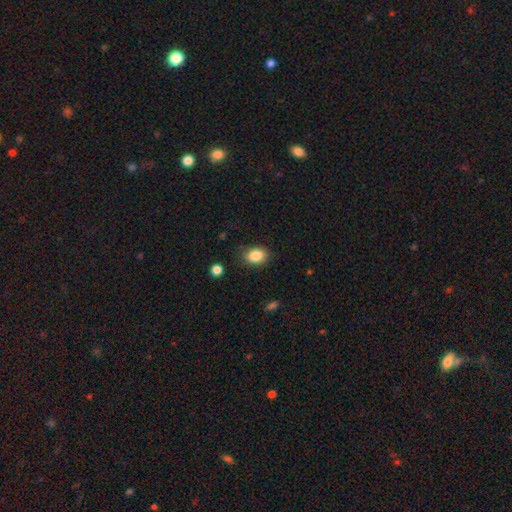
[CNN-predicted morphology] smooth_or_featured: smooth (p=0.86) [alt: star or artifact p=0.09]
how_rounded: in between (p=0.71) [alt: round p=0.28]
merging: none (p=0.82) [alt: minor disturbance p=0.13]